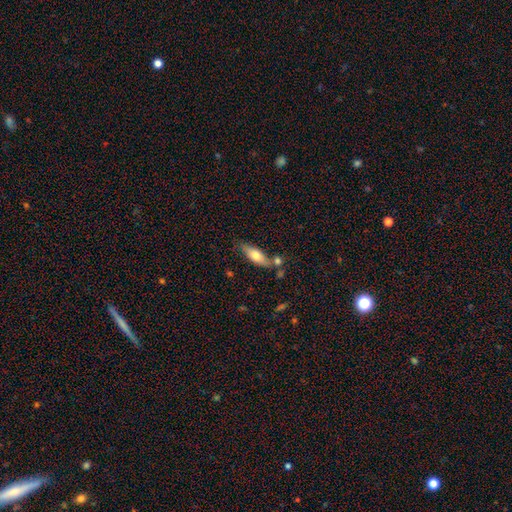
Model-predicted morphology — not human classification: Smooth or featured? Predicted: smooth (p=0.66). How rounded? Predicted: in between (p=0.64). Merging? Predicted: none (p=0.61).